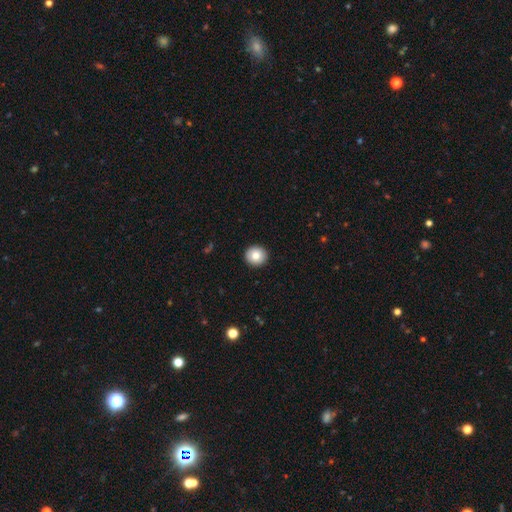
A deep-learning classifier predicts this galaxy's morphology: This appears to be a smooth galaxy with no disk features (81%) that is round (92%). Merging: none (93%).